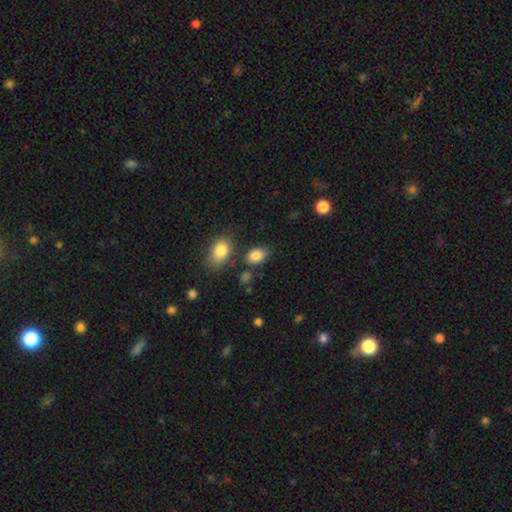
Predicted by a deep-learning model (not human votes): A smooth galaxy with no disk features (86%) that is in between round and cigar-shaped (79%). Merging: none (72%).